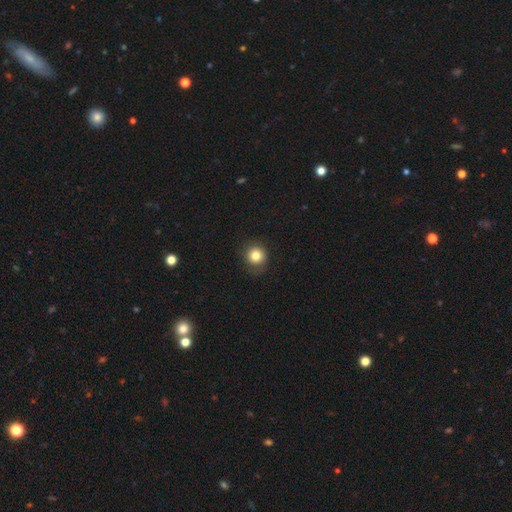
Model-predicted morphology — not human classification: Smooth or featured? smooth (81%)
How rounded? round (90%)
Merging? none (79%)